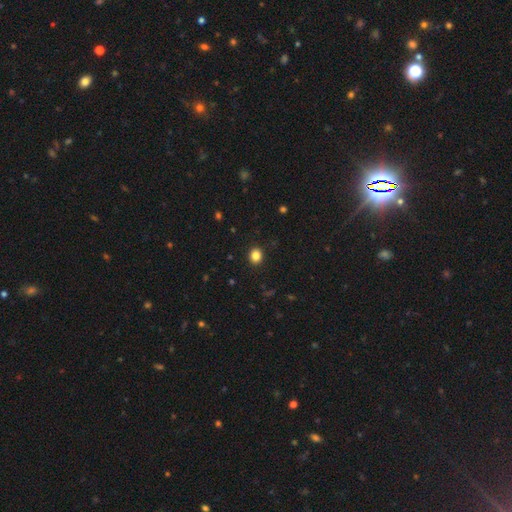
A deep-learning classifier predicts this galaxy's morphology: A smooth galaxy with no disk features (84%) that is round (67%).

Vote fractions:
- Smooth or featured? smooth: 84% / star or artifact: 11% / featured or disk: 4%
- How rounded? round: 67% / in between: 32% / cigar-shaped: 1%
- Merging? none: 91% / minor disturbance: 6% / major disturbance: 2% / merger: 1%